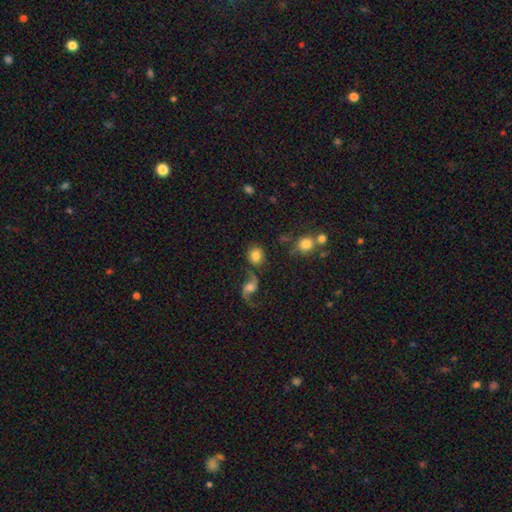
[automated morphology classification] smooth 67%, featured or disk 23%, star or artifact 10%. Down the decision tree: how rounded — round (80%); merging — none (70%).